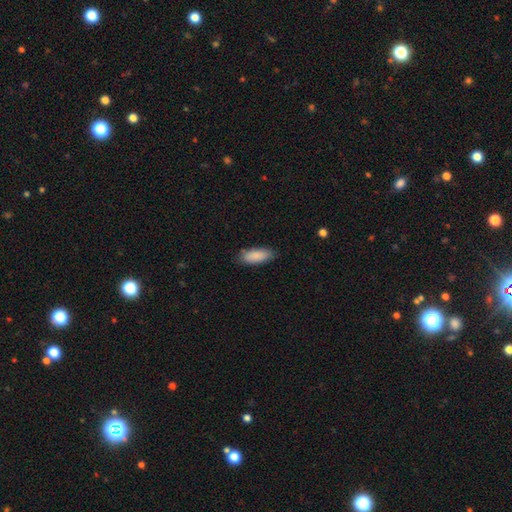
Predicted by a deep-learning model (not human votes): Smooth or featured? Predicted: smooth (p=0.89). How rounded? Predicted: in between (p=0.77). Merging? Predicted: none (p=0.82).